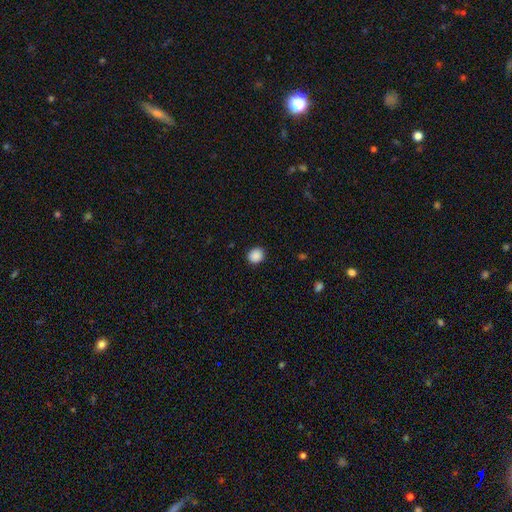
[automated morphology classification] This is clearly a smooth galaxy (89%). How rounded: clearly round (81%). Merging: clearly none (91%).